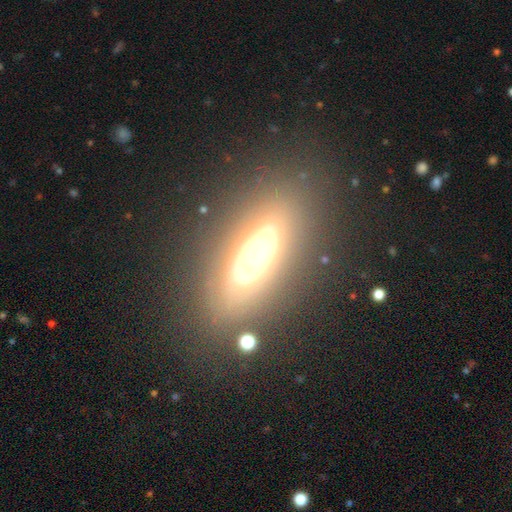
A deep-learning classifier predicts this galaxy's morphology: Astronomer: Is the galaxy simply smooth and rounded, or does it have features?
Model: featured or disk — 53% (runner-up: smooth, 38%).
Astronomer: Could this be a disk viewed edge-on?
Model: no — 71%.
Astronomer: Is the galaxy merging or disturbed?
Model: none — 80%.